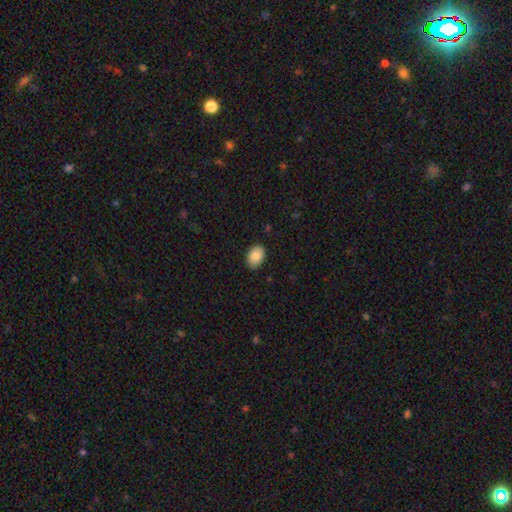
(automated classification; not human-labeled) Smooth or featured? smooth (88%)
How rounded? in between (82%)
Merging? none (88%)